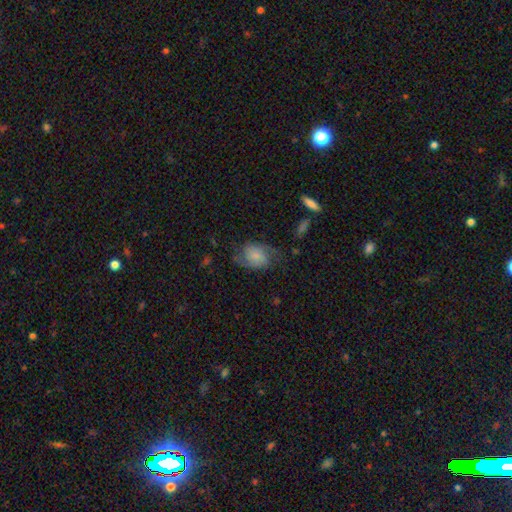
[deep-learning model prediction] This appears to be a featured or disk galaxy (59%) with no bar (71%), 2 (90%) medium (43%) spiral arms (91%) and a small central bulge (44%). Merging: none (61%).